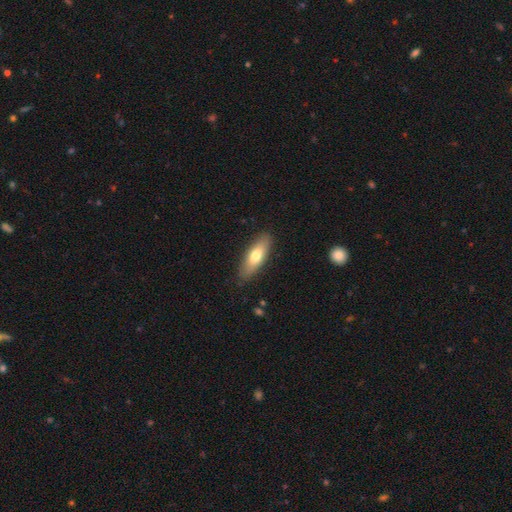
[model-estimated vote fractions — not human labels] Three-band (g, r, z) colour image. It shows a smooth galaxy with no disk features (69%) that is in between round and cigar-shaped (59%). Merging: none (86%).